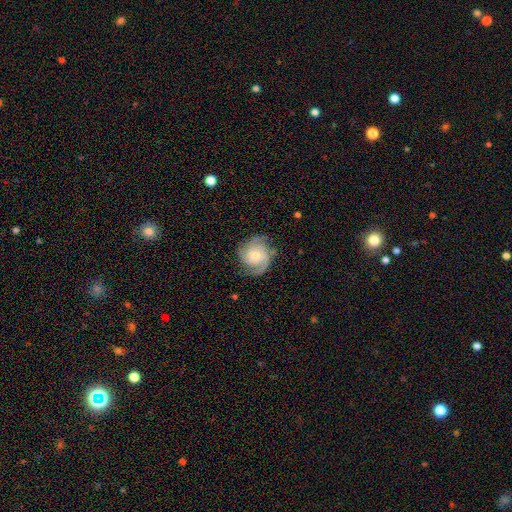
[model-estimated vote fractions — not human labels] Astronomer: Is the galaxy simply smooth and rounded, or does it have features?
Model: featured or disk — 85%.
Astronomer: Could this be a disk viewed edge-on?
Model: no — 98%.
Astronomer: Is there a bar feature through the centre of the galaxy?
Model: no — 69%.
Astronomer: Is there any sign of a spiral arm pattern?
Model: yes — 97%.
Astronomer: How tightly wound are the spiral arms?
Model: tight — 50% (runner-up: medium, 40%).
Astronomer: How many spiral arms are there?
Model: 2 — 47% (runner-up: 3, 28%).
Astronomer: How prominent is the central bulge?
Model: small — 52% (runner-up: moderate, 42%).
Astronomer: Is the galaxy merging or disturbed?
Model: none — 76%.